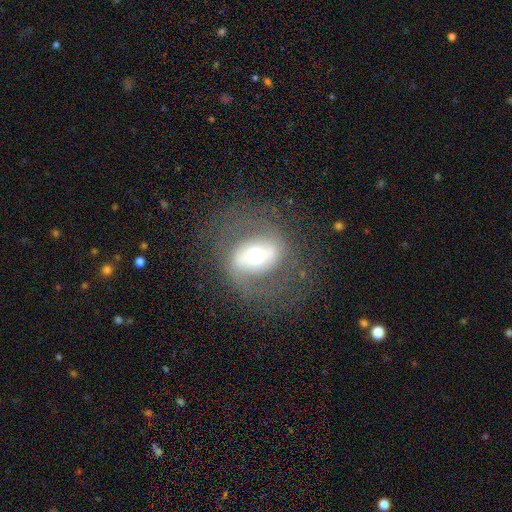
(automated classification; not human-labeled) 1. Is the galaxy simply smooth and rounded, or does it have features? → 58% featured or disk, 29% smooth, 13% star or artifact.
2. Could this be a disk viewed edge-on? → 93% no, 7% yes.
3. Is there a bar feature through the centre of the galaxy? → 45% no, 28% weak, 26% strong.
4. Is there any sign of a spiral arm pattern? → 53% yes, 47% no.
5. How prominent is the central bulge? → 50% moderate, 32% large, 12% dominant, 6% small, 1% none.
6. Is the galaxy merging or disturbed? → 71% none, 14% major disturbance, 12% minor disturbance, 2% merger.